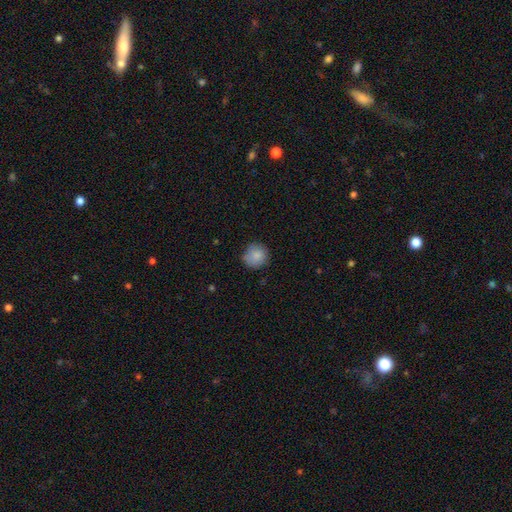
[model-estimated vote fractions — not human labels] This appears to be a smooth galaxy with no disk features (86%) that is round (91%). Merging: none (77%).